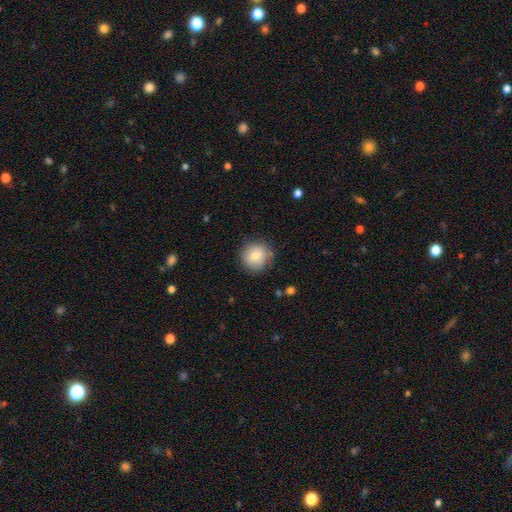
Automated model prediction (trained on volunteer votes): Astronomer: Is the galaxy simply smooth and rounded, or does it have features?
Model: smooth — 78%.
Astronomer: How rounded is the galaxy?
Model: round — 90%.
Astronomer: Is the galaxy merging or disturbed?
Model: none — 78%.